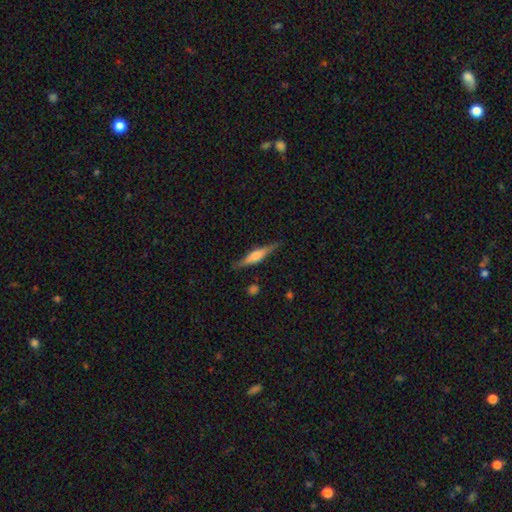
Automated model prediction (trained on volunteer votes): Overall: featured or disk (69%). Edge-on disk: yes (97%). Edge-on bulge: rounded (69%). Merging: none (86%).